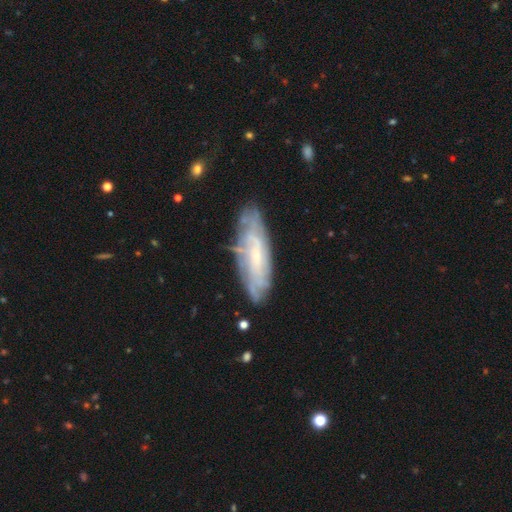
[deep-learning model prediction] This appears to be a featured or disk galaxy (67%) with no bar (59%), spiral arms (80%) and a small central bulge (68%). Merging: none (76%).